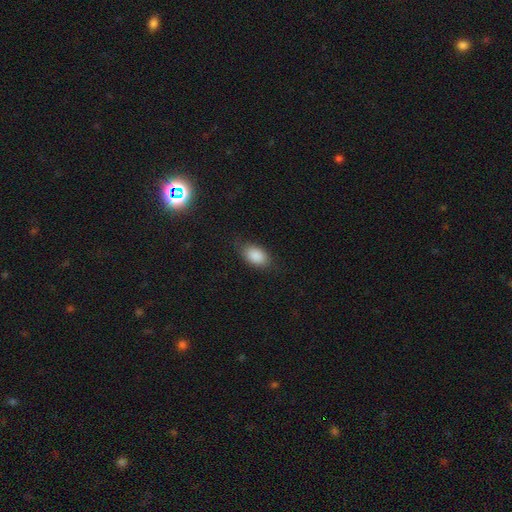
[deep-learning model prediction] smooth_or_featured: smooth (p=0.87) [alt: star or artifact p=0.07]
how_rounded: in between (p=0.90) [alt: round p=0.08]
merging: none (p=0.76) [alt: minor disturbance p=0.18]